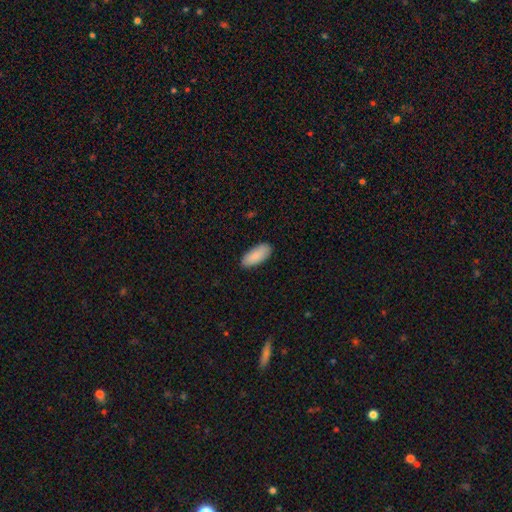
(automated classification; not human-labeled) Smooth or featured? Predicted: smooth (p=0.89). How rounded? Predicted: in between (p=0.86). Merging? Predicted: none (p=0.88).